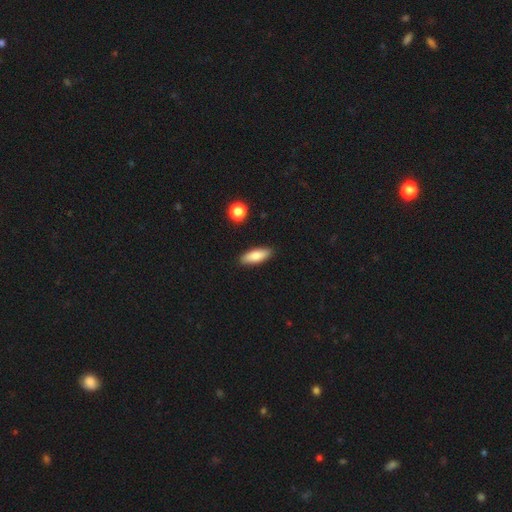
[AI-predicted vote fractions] Smooth or featured? Predicted: smooth (p=0.81). How rounded? Predicted: in between (p=0.63). Merging? Predicted: none (p=0.89).